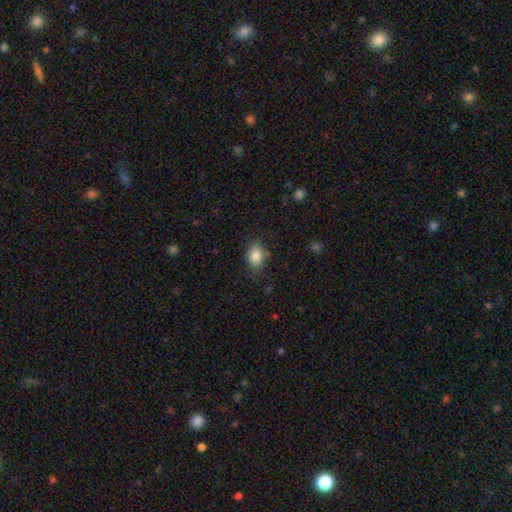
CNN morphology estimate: This appears to be a smooth galaxy with no disk features (86%) that is in between round and cigar-shaped (75%). Merging: none (77%).